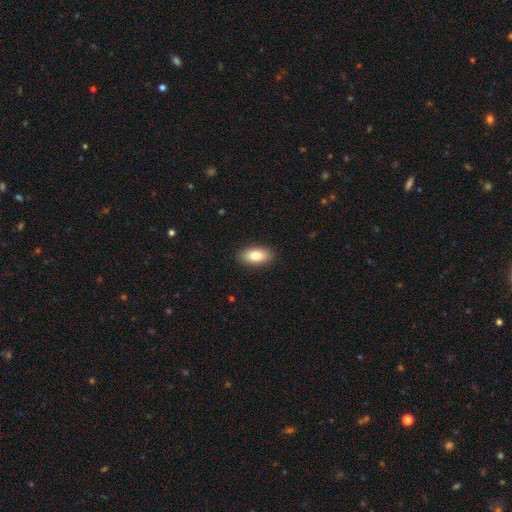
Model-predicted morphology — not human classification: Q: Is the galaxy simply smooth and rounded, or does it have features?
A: smooth — 83%.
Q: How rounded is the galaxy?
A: in between — 91%.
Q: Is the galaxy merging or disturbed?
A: none — 89%.